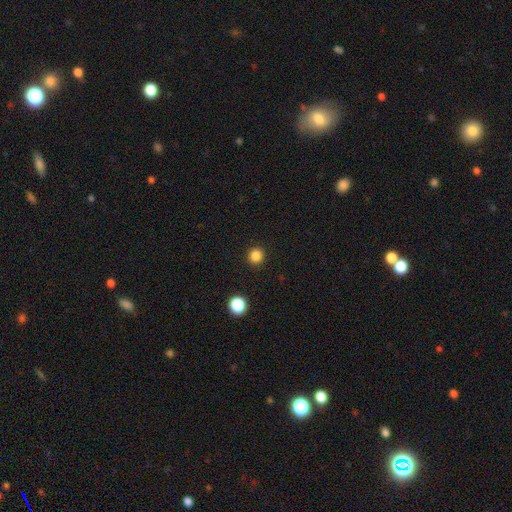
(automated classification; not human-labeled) Smooth or featured: smooth — 84% (star or artifact — 13%)
How rounded: round — 93% (in between — 6%)
Merging: none — 92% (minor disturbance — 5%)